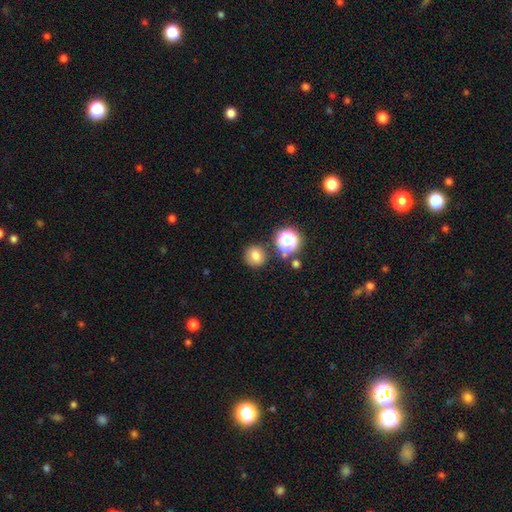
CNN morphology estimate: smooth 76%, star or artifact 16%, featured or disk 8%. Down the decision tree: how rounded — round (89%); merging — none (84%).